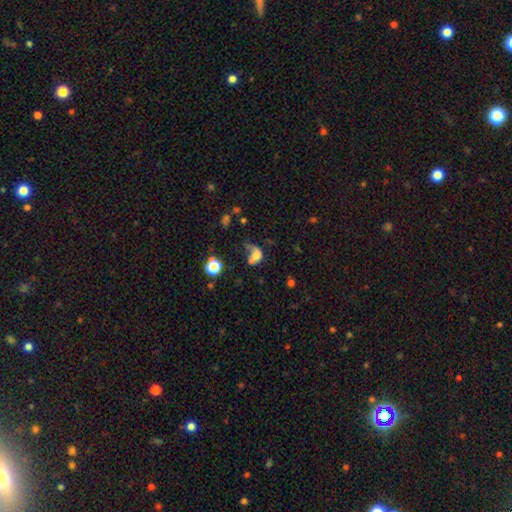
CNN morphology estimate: This is possibly a smooth galaxy (55%). How rounded: possibly in between (58%). Merging: marginally major disturbance (39%).